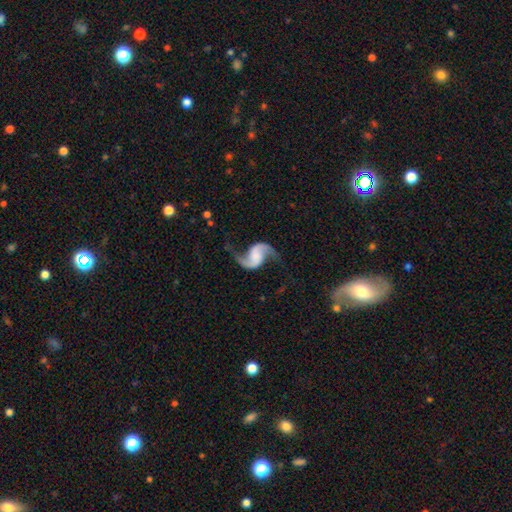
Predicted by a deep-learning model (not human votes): featured or disk 91%, smooth 4%, star or artifact 4%. Down the decision tree: edge-on disk — no (98%); bar — no (50%); spiral arms — yes (98%); spiral arm count — 2 (94%); spiral winding — loose (78%); bulge size — none (48%); merging — none (75%).